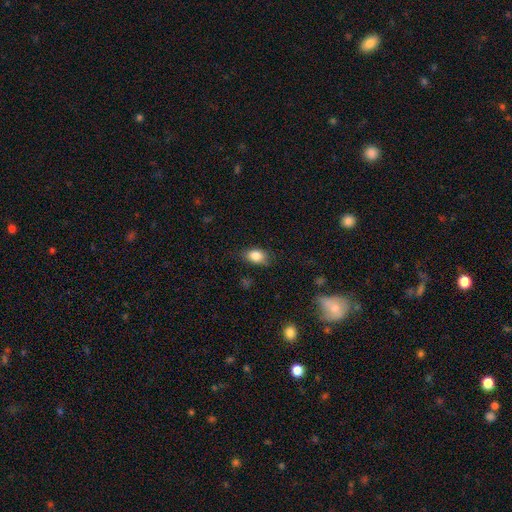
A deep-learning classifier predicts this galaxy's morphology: The model was most divided on "merging": none: 73%, minor disturbance: 21%, major disturbance: 5%, merger: 1%. More confident: smooth or featured — smooth (84%); how rounded — in between (80%).